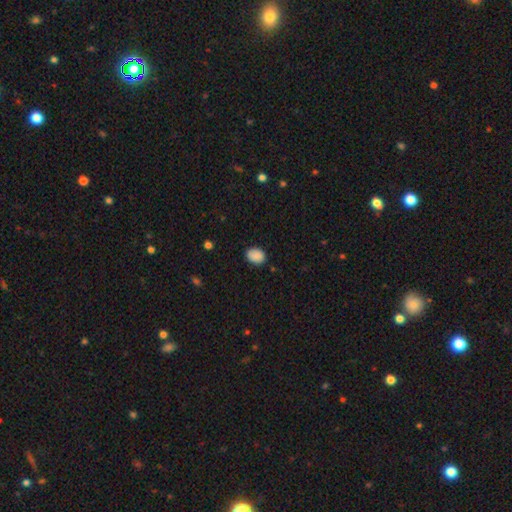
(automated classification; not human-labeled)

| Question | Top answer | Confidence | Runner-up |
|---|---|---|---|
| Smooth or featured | smooth | 89% | star or artifact (8%) |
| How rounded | in between | 65% | round (34%) |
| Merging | none | 84% | minor disturbance (12%) |